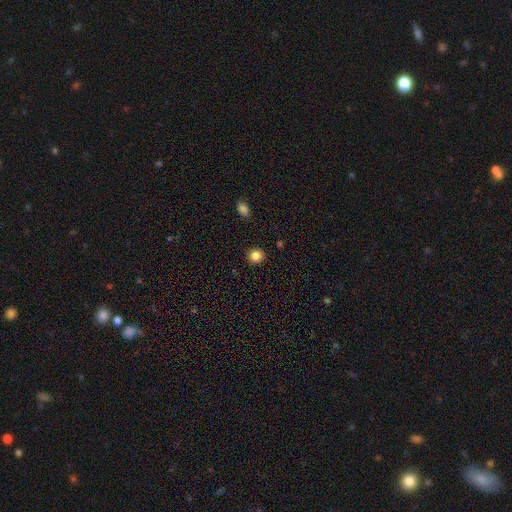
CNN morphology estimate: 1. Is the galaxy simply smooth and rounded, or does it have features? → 84% smooth, 11% star or artifact, 4% featured or disk.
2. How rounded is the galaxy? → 91% round, 8% in between, 1% cigar-shaped.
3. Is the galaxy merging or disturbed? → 91% none, 5% minor disturbance, 2% major disturbance, 1% merger.